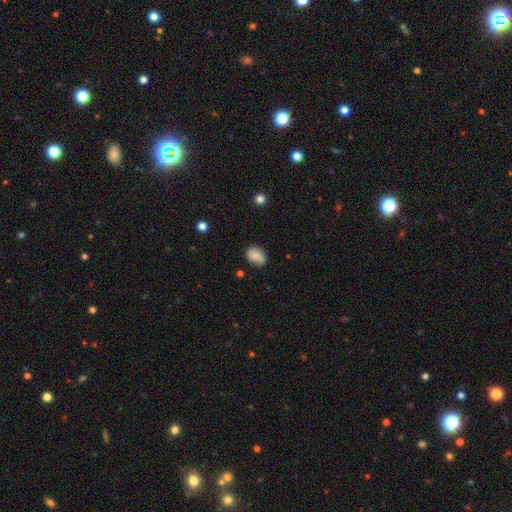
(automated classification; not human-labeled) This is likely a smooth galaxy (73%). How rounded: likely in between (69%). Merging: likely none (61%).